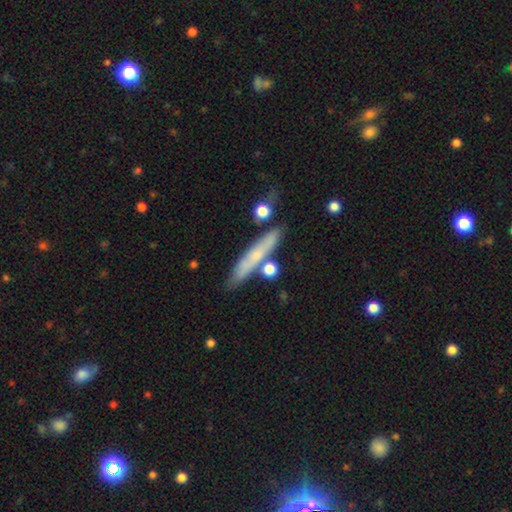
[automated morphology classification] smooth-or-featured: smooth: 55% | featured or disk: 37% | star or artifact: 8%
  how-rounded: cigar-shaped: 90% | in between: 8% | round: 3%
  merging: none: 78% | minor disturbance: 12% | merger: 6% | major disturbance: 3%